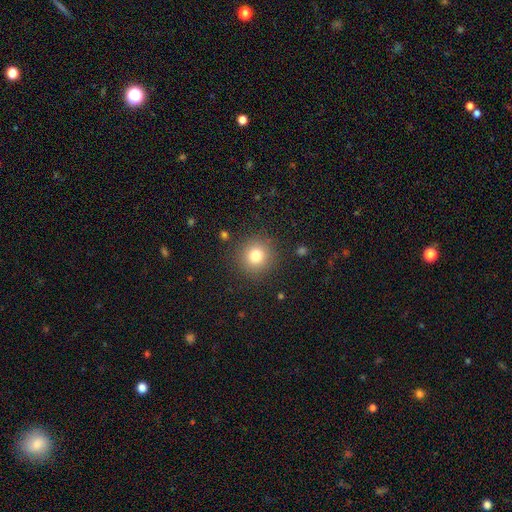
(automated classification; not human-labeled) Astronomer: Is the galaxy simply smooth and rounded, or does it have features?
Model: smooth — 78%.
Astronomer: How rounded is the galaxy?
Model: round — 94%.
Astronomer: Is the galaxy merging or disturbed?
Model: none — 89%.